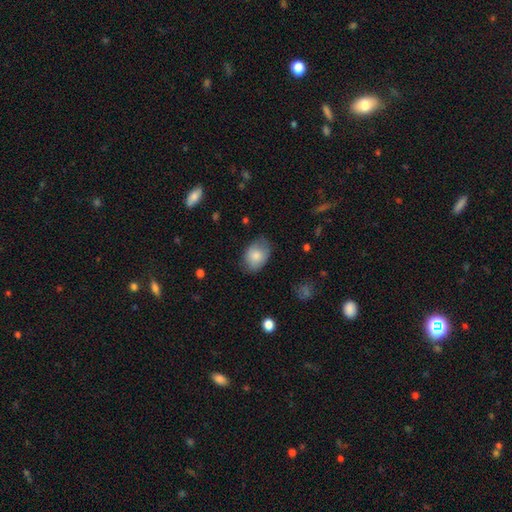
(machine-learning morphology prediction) Smooth or featured? Predicted: smooth (p=0.81). How rounded? Predicted: in between (p=0.76). Merging? Predicted: none (p=0.70).